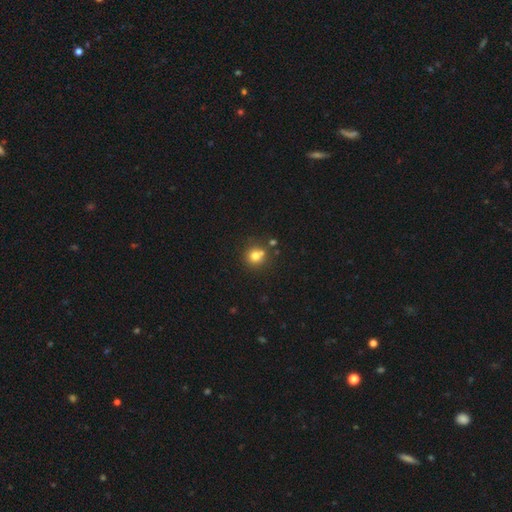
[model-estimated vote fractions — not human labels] The model was most divided on "merging": none: 61%, merger: 25%, minor disturbance: 10%, major disturbance: 3%. More confident: how rounded — round (86%); smooth or featured — smooth (75%).